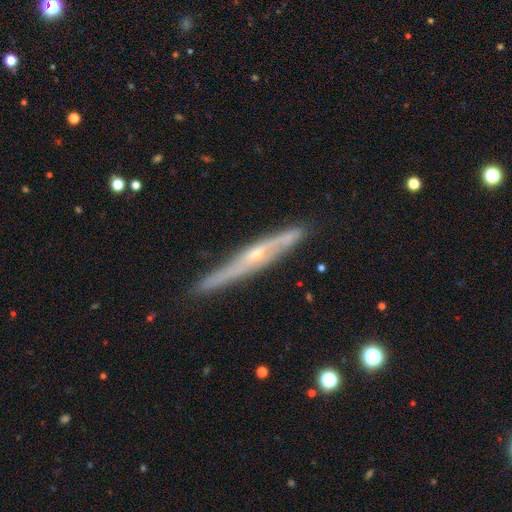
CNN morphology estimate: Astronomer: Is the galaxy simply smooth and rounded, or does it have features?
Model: featured or disk — 76%.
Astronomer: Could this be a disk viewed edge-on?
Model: yes — 90%.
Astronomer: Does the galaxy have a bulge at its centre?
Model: rounded — 69%.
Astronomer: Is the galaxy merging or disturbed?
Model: none — 81%.